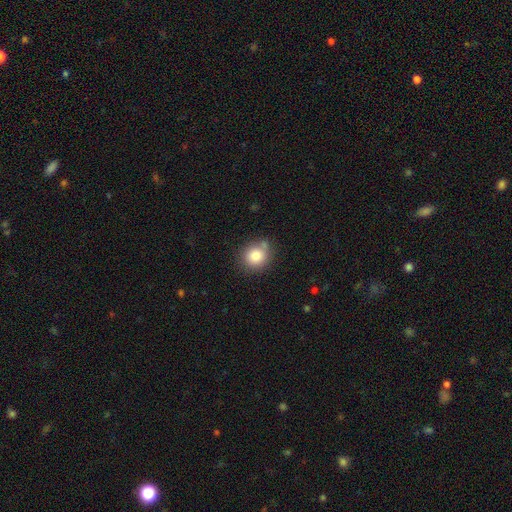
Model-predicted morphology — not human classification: A smooth galaxy with no disk features (82%) that is round (82%).

Vote fractions:
- Smooth or featured? smooth: 82% / star or artifact: 10% / featured or disk: 8%
- How rounded? round: 82% / in between: 17% / cigar-shaped: 1%
- Merging? none: 70% / minor disturbance: 16% / merger: 9% / major disturbance: 4%